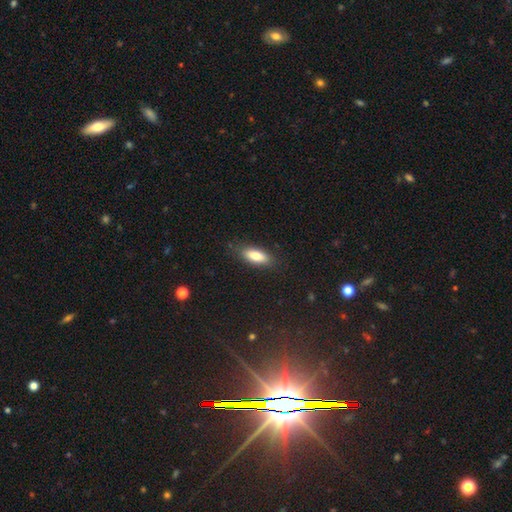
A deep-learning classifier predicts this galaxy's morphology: This appears to be a smooth galaxy with no disk features (79%) that is in between round and cigar-shaped (76%). Merging: none (84%).